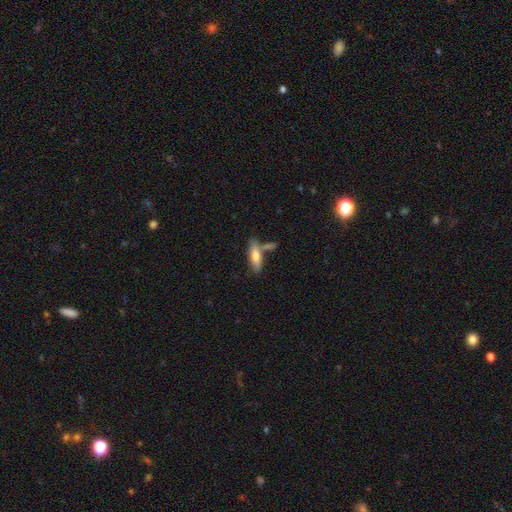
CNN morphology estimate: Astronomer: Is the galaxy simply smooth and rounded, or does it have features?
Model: smooth — 72%.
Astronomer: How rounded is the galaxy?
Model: in between — 54% (runner-up: cigar-shaped, 44%).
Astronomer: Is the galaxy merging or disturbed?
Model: none — 59%.